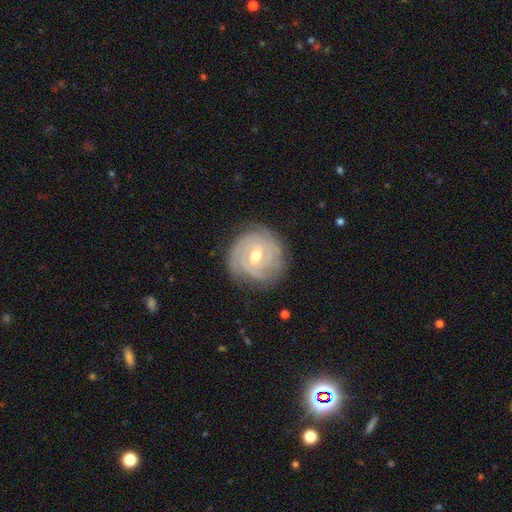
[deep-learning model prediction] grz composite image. It shows a featured or disk galaxy (86%) with a weak bar (51%), 3 (31%) tight (82%) spiral arms (97%) and a moderate central bulge (64%). Merging: none (82%).